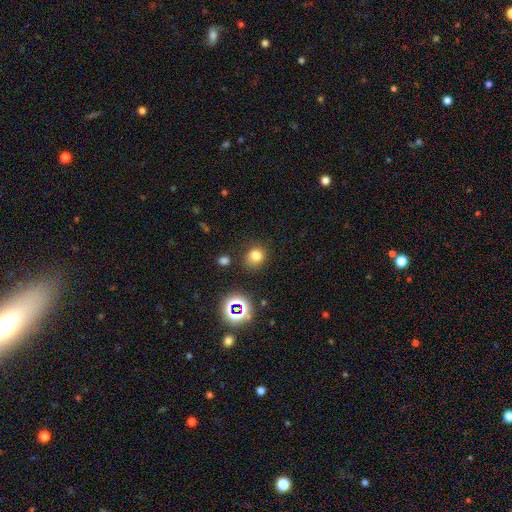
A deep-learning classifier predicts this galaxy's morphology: type=smooth (75%); roundness=round (70%); merging=none (76%).